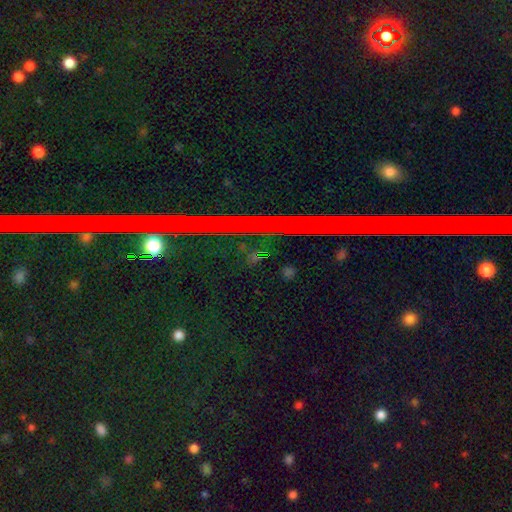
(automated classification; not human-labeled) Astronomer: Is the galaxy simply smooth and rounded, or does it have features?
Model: star or artifact — 79%.